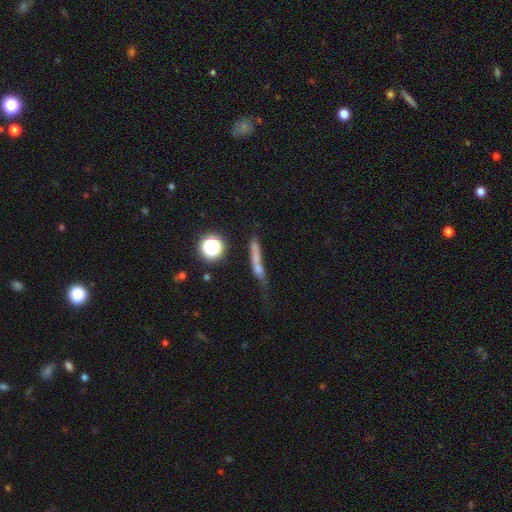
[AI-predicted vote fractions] Smooth or featured: smooth — 52% (featured or disk — 28%)
How rounded: cigar-shaped — 66% (round — 18%)
Merging: none — 43% (merger — 22%)